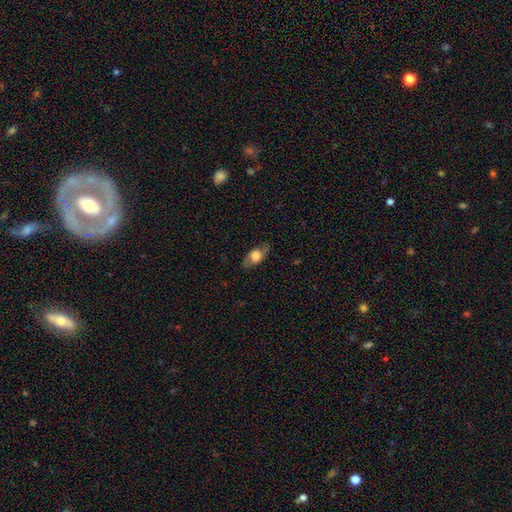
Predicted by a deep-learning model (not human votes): Smooth or featured: smooth — 51% (featured or disk — 41%)
How rounded: in between — 82% (round — 10%)
Merging: none — 79% (minor disturbance — 15%)